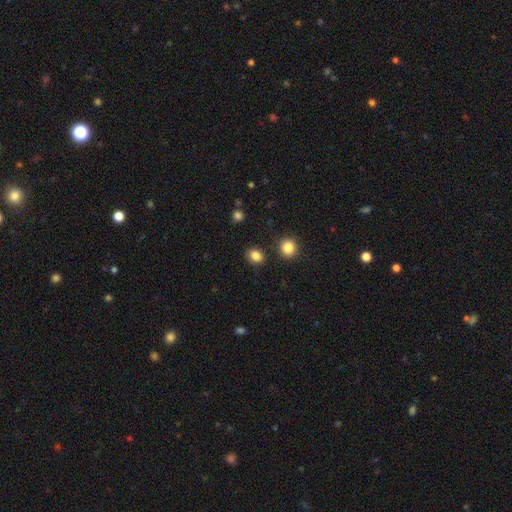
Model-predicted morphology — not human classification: smooth-or-featured: smooth: 85% | star or artifact: 11% | featured or disk: 4%
  how-rounded: round: 54% | in between: 45% | cigar-shaped: 1%
  merging: none: 85% | minor disturbance: 8% | merger: 4% | major disturbance: 2%